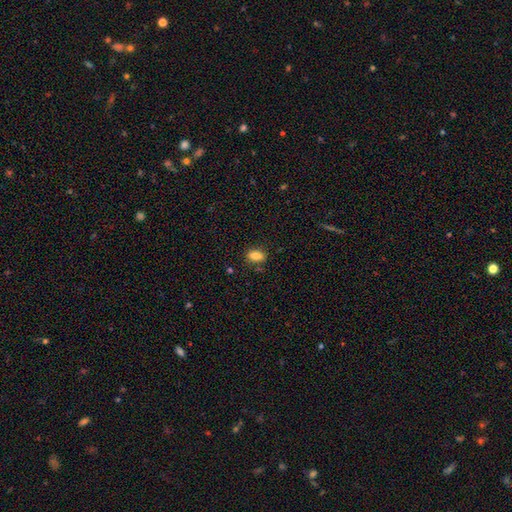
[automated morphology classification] This is clearly a smooth galaxy (85%). How rounded: clearly in between (85%). Merging: clearly none (81%).